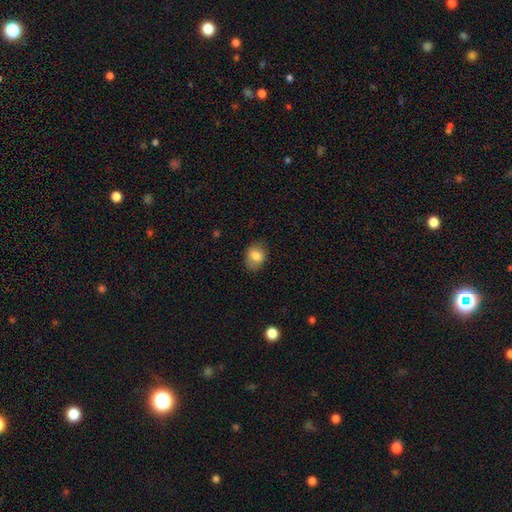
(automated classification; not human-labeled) This is likely a smooth galaxy (80%). How rounded: likely in between (61%). Merging: likely none (77%).